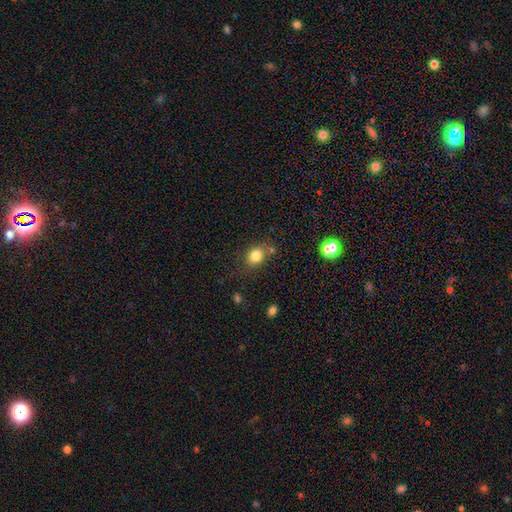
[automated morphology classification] Q: Smooth or featured?
A: smooth (82%); runner-up: star or artifact (11%)
Q: How rounded?
A: round (54%); runner-up: in between (45%)
Q: Merging?
A: none (70%); runner-up: minor disturbance (17%)